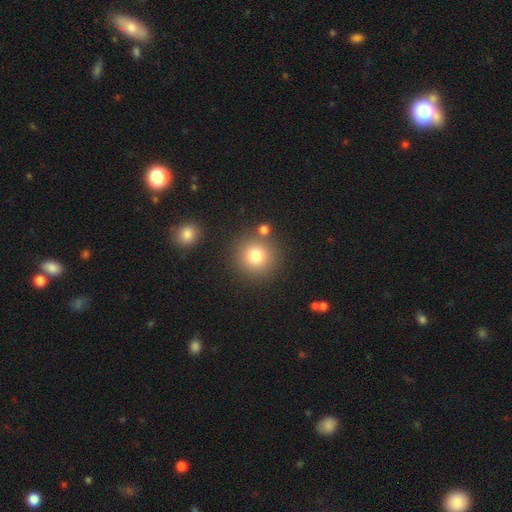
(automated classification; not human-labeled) smooth-or-featured: smooth: 79% | star or artifact: 12% | featured or disk: 9%
  how-rounded: round: 93% | in between: 6% | cigar-shaped: 1%
  merging: none: 80% | merger: 9% | minor disturbance: 8% | major disturbance: 3%